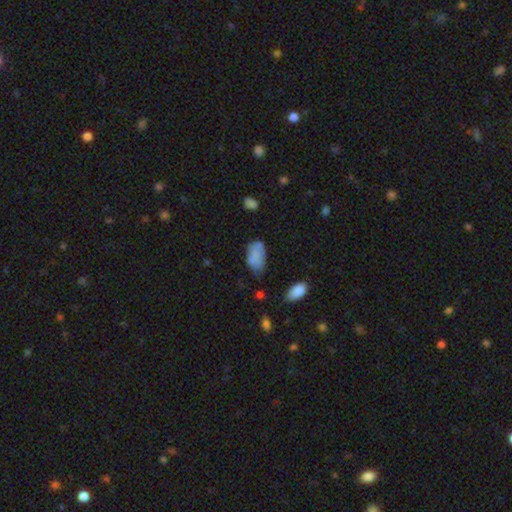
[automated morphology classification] type=smooth (74%); roundness=in between (93%); merging=none (48%).